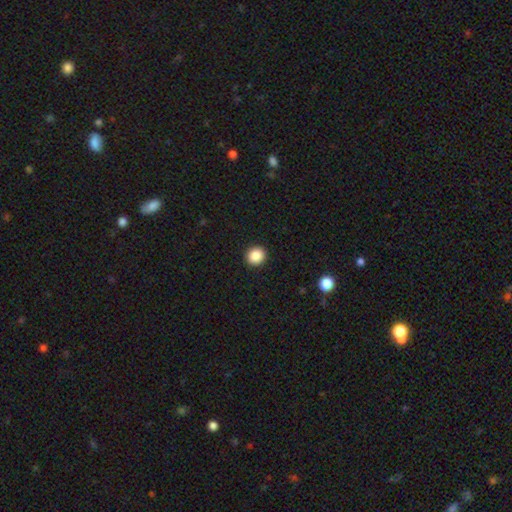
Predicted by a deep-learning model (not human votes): This is clearly a smooth galaxy (87%). How rounded: clearly round (89%). Merging: clearly none (93%).